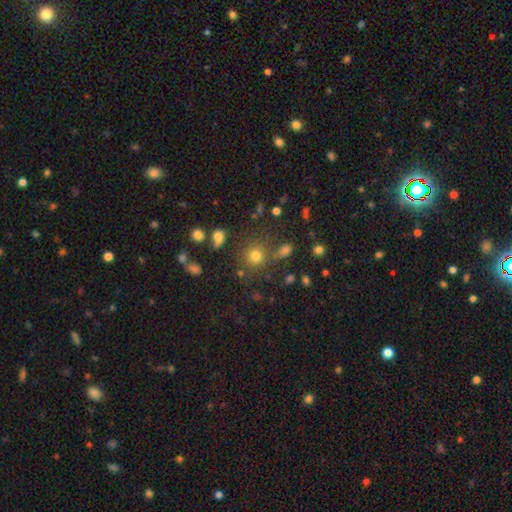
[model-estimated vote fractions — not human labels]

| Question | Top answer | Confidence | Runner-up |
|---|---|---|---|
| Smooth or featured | smooth | 73% | star or artifact (18%) |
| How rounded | round | 88% | in between (11%) |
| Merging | none | 76% | minor disturbance (10%) |